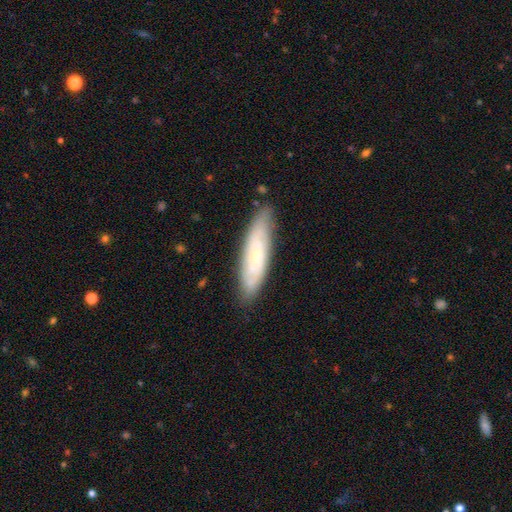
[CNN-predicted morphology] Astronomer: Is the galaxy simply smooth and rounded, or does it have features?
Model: featured or disk — 54% (runner-up: smooth, 40%).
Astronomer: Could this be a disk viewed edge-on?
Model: no — 69%.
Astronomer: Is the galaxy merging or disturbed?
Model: none — 81%.